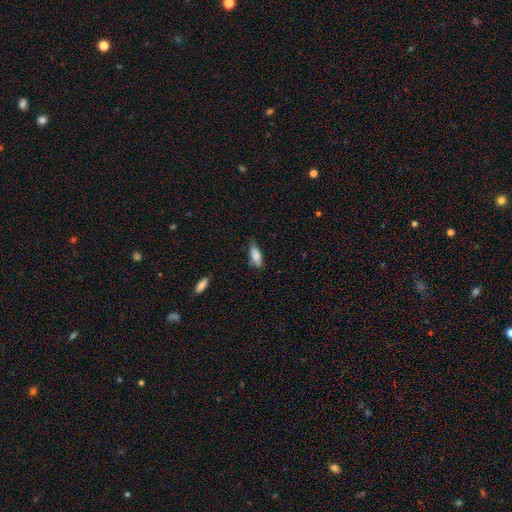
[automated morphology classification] Overall: smooth (80%). How rounded: in between (74%). Merging: none (68%).